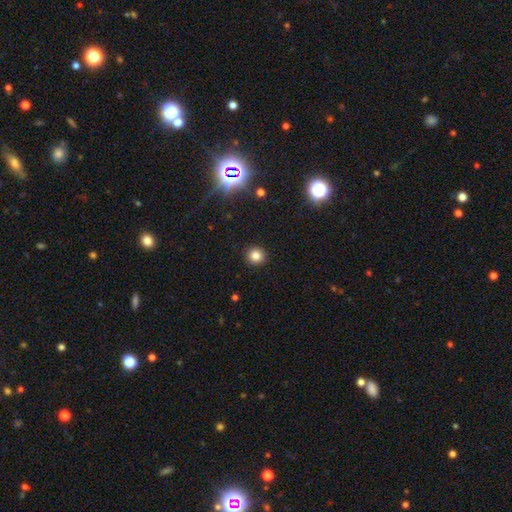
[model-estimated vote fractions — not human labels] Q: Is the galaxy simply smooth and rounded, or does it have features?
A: smooth — 82%.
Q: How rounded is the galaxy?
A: round — 93%.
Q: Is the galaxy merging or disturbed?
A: none — 93%.